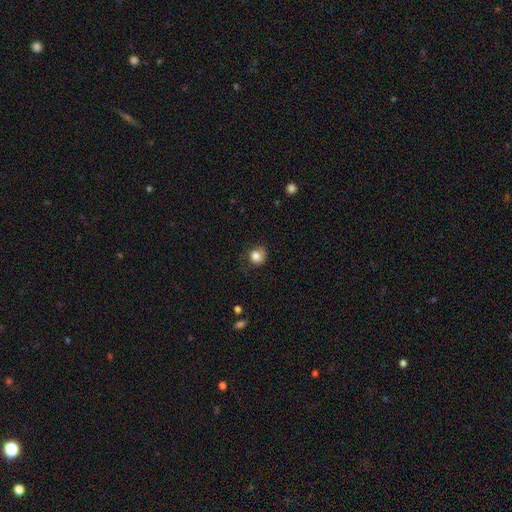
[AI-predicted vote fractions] smooth-or-featured: smooth: 77% | featured or disk: 14% | star or artifact: 10%
  how-rounded: round: 70% | in between: 29% | cigar-shaped: 1%
  merging: none: 55% | minor disturbance: 27% | major disturbance: 16% | merger: 2%